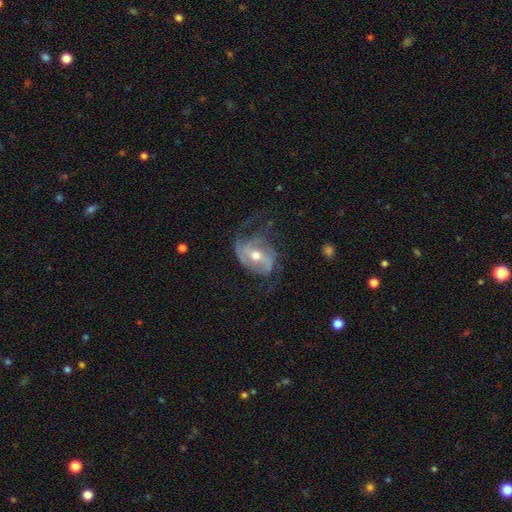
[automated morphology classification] type=featured or disk (83%); edge-on=no (96%); bar=weak (38%); spiral arms=yes (89%); winding=medium (41%); arm count=2 (53%); bulge=moderate (69%); merging=none (48%).